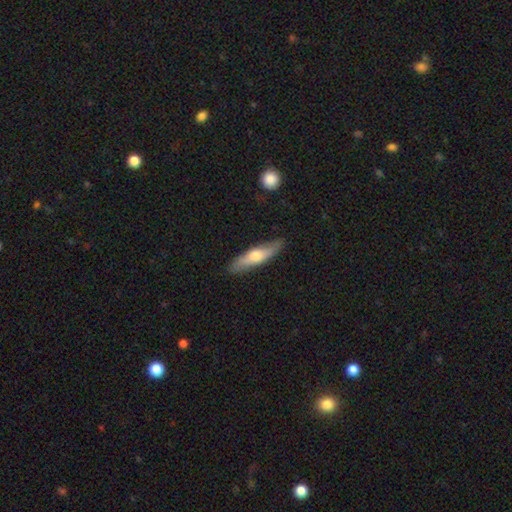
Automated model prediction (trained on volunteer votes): A smooth galaxy with no disk features (56%) that is cigar-shaped (74%).

Vote fractions:
- Smooth or featured? smooth: 56% / featured or disk: 39% / star or artifact: 5%
- How rounded? cigar-shaped: 74% / in between: 24% / round: 2%
- Merging? none: 83% / minor disturbance: 13% / major disturbance: 2% / merger: 1%